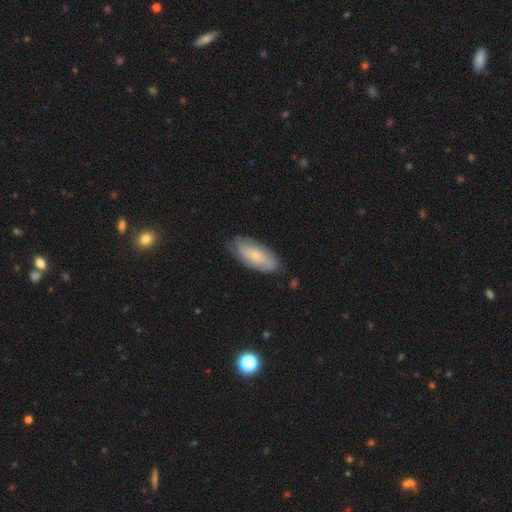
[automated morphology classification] A smooth galaxy with no disk features (52%) that is in between round and cigar-shaped (84%). Merging: none (75%).